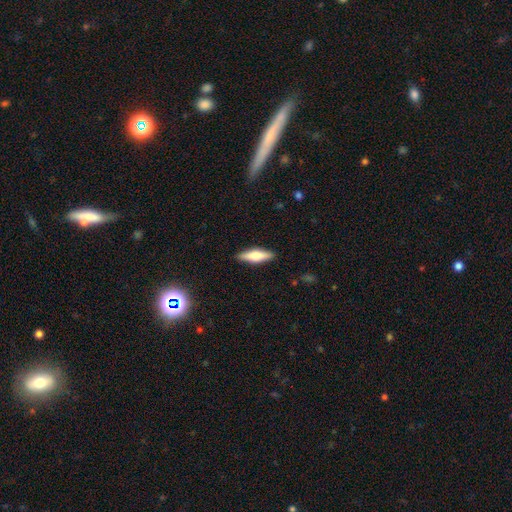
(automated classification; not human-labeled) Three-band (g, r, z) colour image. It shows a smooth galaxy with no disk features (60%) that is cigar-shaped (58%). Merging: none (89%).